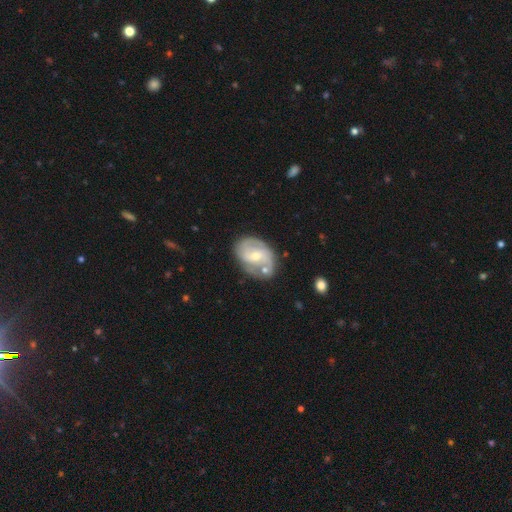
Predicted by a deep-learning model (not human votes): Smooth or featured: featured or disk — 76% (smooth — 18%)
Edge-on disk: no — 97% (yes — 3%)
Bar: weak — 47% (no — 40%)
Spiral arms: yes — 88% (no — 12%)
Spiral winding: medium — 47% (tight — 30%)
Spiral arm count: 2 — 70% (can't tell — 15%)
Bulge size: small — 51% (moderate — 45%)
Merging: none — 64% (minor disturbance — 20%)